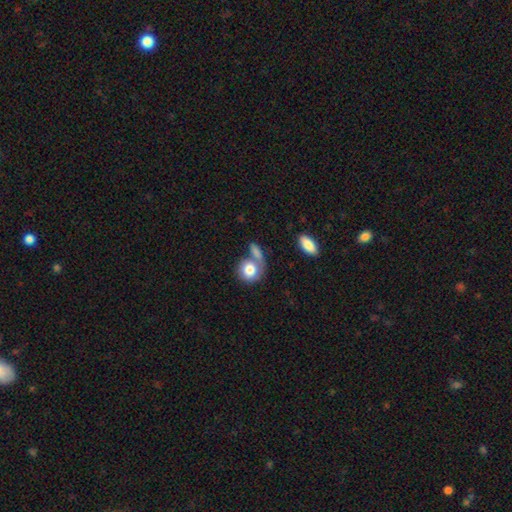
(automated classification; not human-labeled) Smooth or featured?
  - smooth: 80% *
  - featured or disk: 13%
  - star or artifact: 7%
How rounded?
  - round: 62% *
  - in between: 35%
  - cigar-shaped: 4%
Merging?
  - none: 41% *
  - merger: 38%
  - minor disturbance: 12%
  - major disturbance: 8%